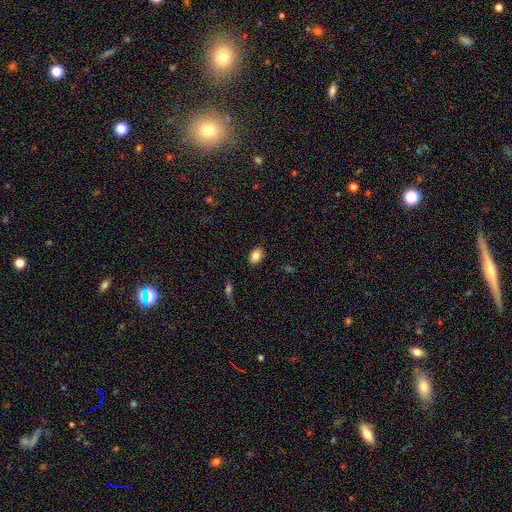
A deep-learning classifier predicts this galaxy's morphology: smooth 83%, featured or disk 8%, star or artifact 8%. Down the decision tree: how rounded — in between (87%); merging — none (88%).